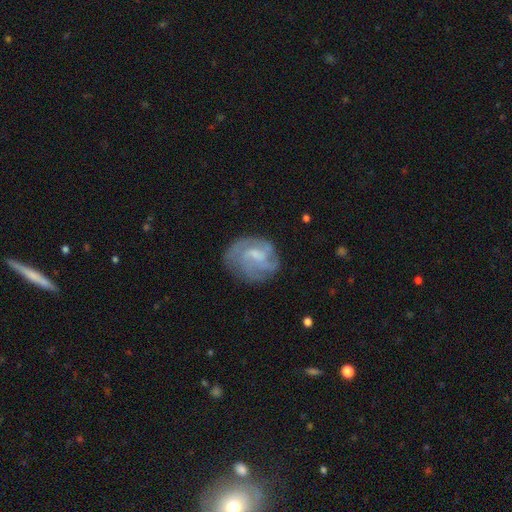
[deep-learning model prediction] Overall: featured or disk (71%). Edge-on disk: no (98%). Bar: weak (51%; no 38%). Spiral arms: yes (86%). Spiral arm count: can't tell (31%; 3 30%). Spiral winding: medium (42%; tight 40%). Bulge size: small (41%; moderate 30%). Merging: none (65%).